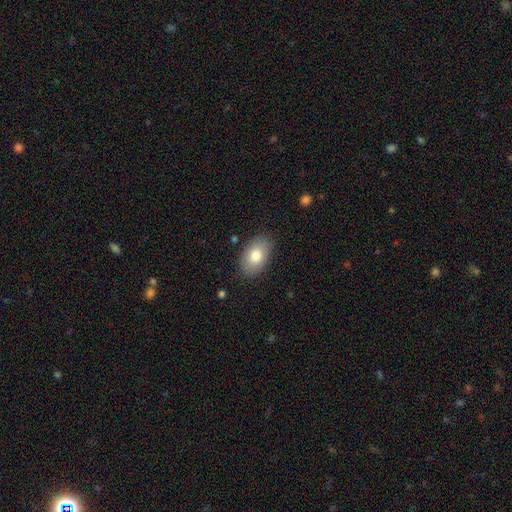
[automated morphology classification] A smooth galaxy with no disk features (79%) that is in between round and cigar-shaped (91%).

Vote fractions:
- Smooth or featured? smooth: 79% / featured or disk: 14% / star or artifact: 7%
- How rounded? in between: 91% / round: 8% / cigar-shaped: 1%
- Merging? none: 84% / minor disturbance: 12% / major disturbance: 3% / merger: 1%